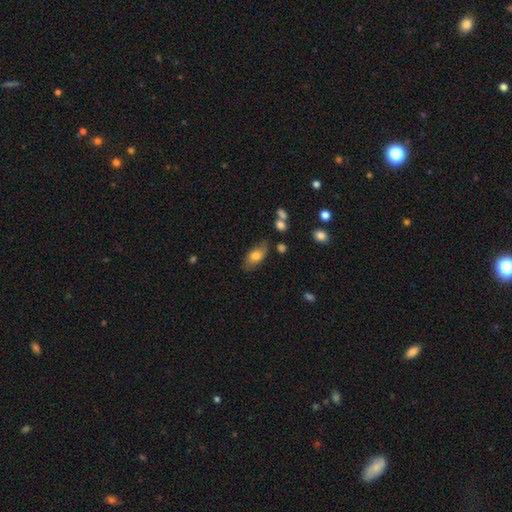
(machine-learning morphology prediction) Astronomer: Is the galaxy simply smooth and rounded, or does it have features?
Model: smooth — 75%.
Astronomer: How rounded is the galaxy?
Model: in between — 89%.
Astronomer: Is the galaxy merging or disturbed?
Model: none — 76%.